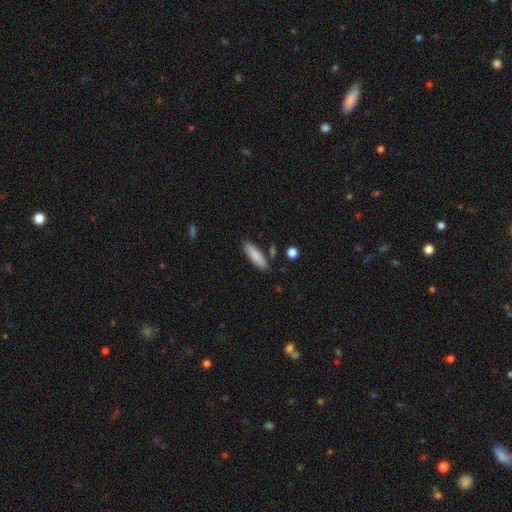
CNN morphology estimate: Overall: smooth (85%). How rounded: cigar-shaped (56%; in between 42%). Merging: none (83%).